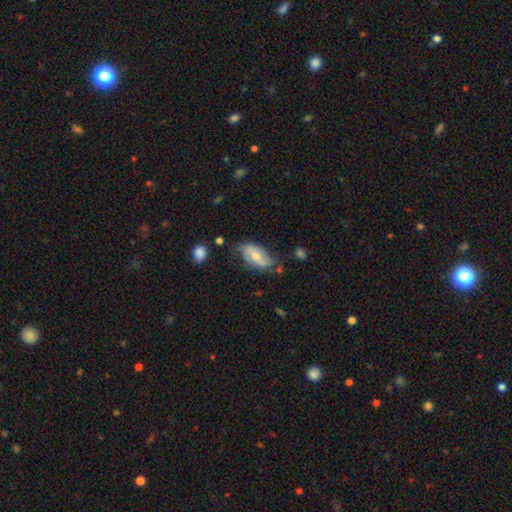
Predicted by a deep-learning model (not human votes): Morphology: type=featured or disk (57%); edge-on=no (92%); bar=no (48%); spiral arms=yes (80%); bulge=moderate (58%); merging=none (58%).